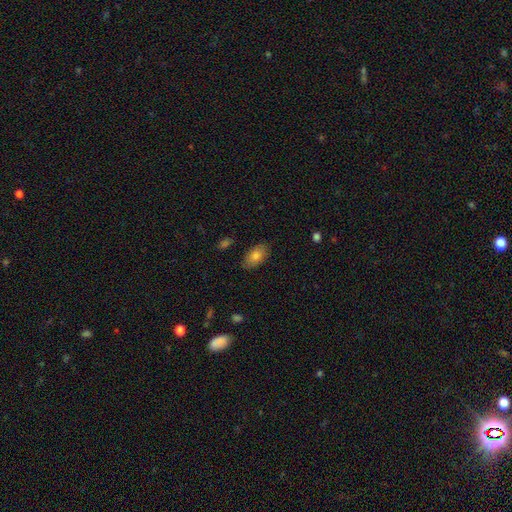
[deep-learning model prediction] This appears to be a smooth galaxy with no disk features (79%) that is in between round and cigar-shaped (93%). Merging: none (84%).